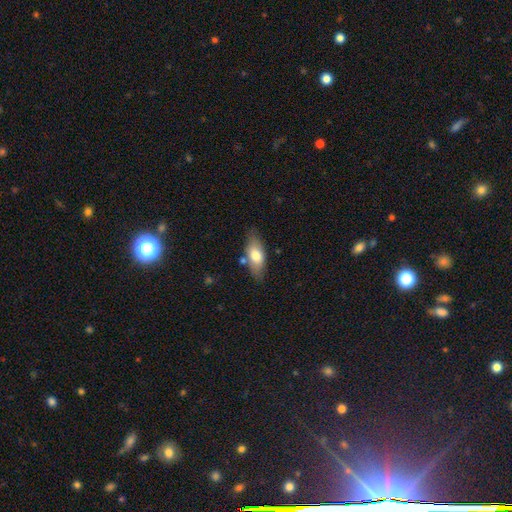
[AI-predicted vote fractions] A smooth galaxy with no disk features (71%) that is in between round and cigar-shaped (83%). Merging: none (74%).